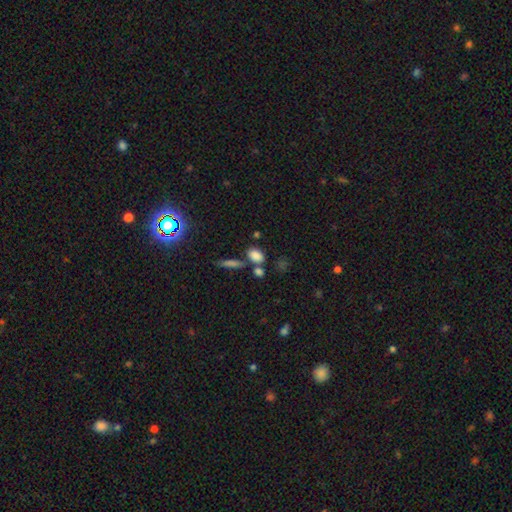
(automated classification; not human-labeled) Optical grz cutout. It shows a smooth galaxy with no disk features (82%) that is in between round and cigar-shaped (79%). Merging: none (61%).